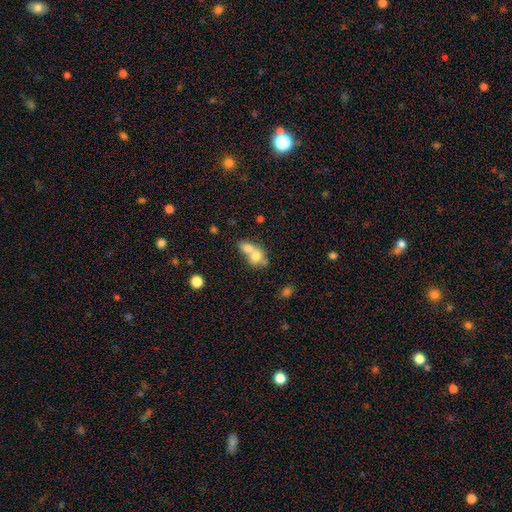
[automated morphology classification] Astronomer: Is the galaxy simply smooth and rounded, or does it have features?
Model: smooth — 70%.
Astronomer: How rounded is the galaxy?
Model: in between — 52% (runner-up: round, 45%).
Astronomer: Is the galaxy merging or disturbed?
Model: merger — 72%.